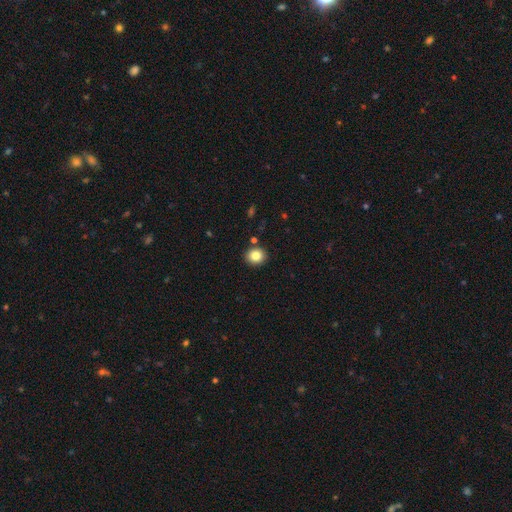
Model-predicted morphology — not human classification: Overall: smooth (84%). How rounded: round (79%). Merging: none (88%).